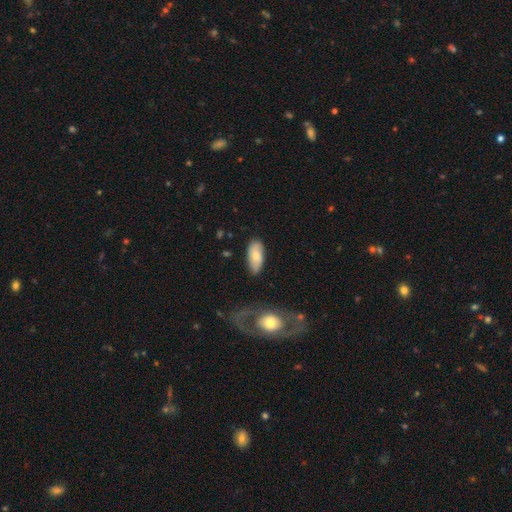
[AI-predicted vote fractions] This is likely a smooth galaxy (73%). How rounded: clearly in between (89%). Merging: likely none (76%).